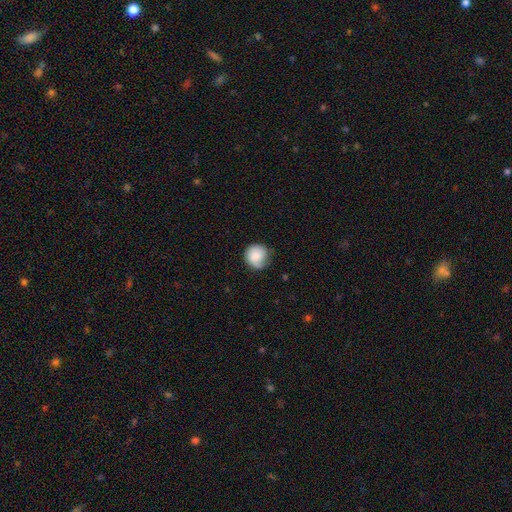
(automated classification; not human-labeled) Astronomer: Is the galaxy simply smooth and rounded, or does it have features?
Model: smooth — 78%.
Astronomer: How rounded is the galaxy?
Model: round — 89%.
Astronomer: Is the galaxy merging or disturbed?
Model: none — 64%.